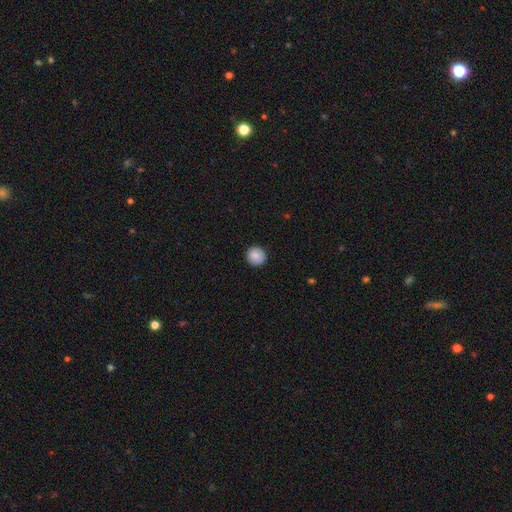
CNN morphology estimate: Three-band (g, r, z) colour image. It shows a smooth galaxy with no disk features (87%) that is round (94%). Merging: none (92%).